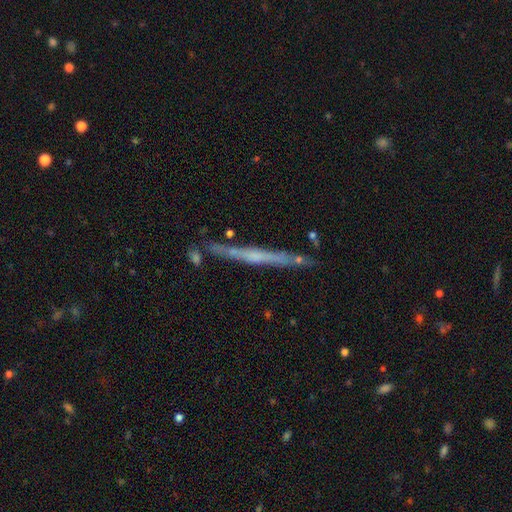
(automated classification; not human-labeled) Smooth or featured? Predicted: featured or disk (p=0.66). Edge-on disk? Predicted: yes (p=0.96). Edge-on bulge? Predicted: none (p=0.67). Merging? Predicted: none (p=0.81).